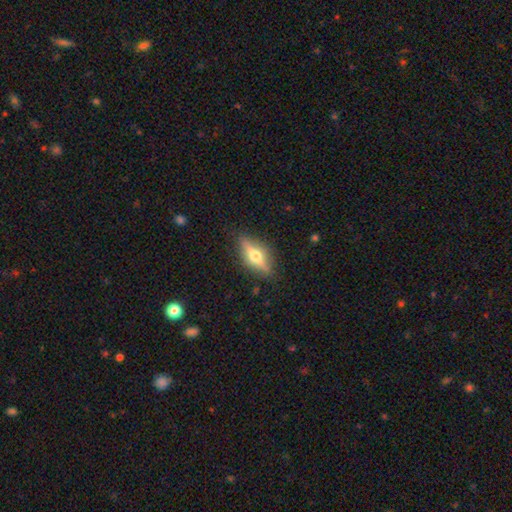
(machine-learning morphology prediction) featured or disk 59%, smooth 34%, star or artifact 7%. Down the decision tree: edge-on disk — yes (90%); edge-on bulge — rounded (95%); merging — none (85%).